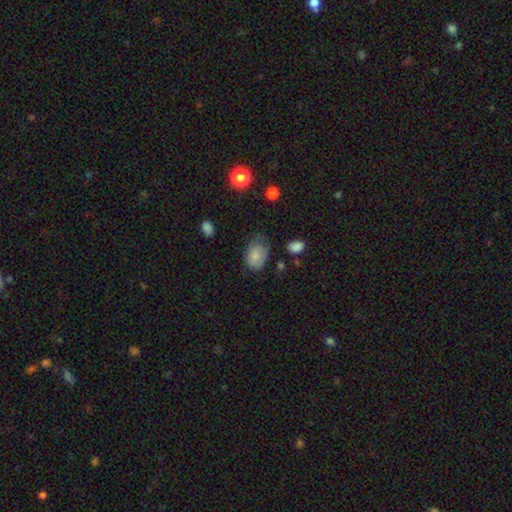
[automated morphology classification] Smooth or featured: smooth — 80% (featured or disk — 12%)
How rounded: in between — 81% (round — 17%)
Merging: none — 48% (minor disturbance — 35%)